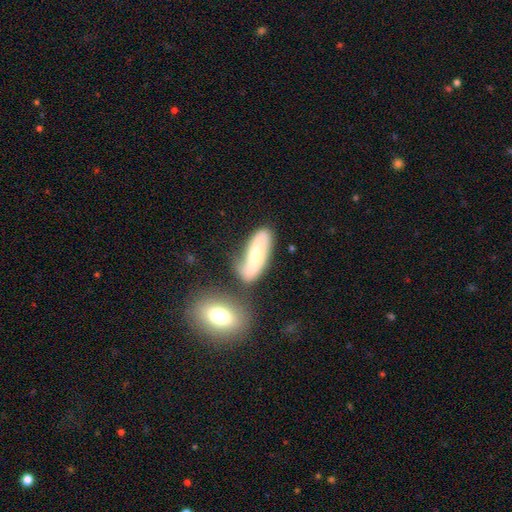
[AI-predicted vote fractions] Smooth or featured?
  - featured or disk: 50% *
  - smooth: 43%
  - star or artifact: 7%
Merging?
  - none: 53% *
  - minor disturbance: 21%
  - merger: 19%
  - major disturbance: 8%